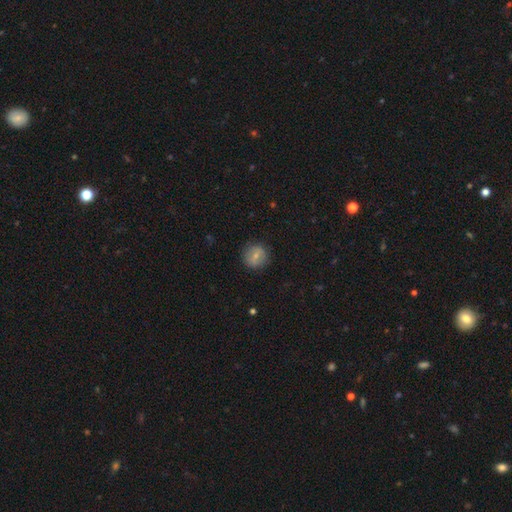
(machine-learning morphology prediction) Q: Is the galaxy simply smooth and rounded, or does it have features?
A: smooth — 65%.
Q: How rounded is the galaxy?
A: round — 89%.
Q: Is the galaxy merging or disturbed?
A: none — 87%.